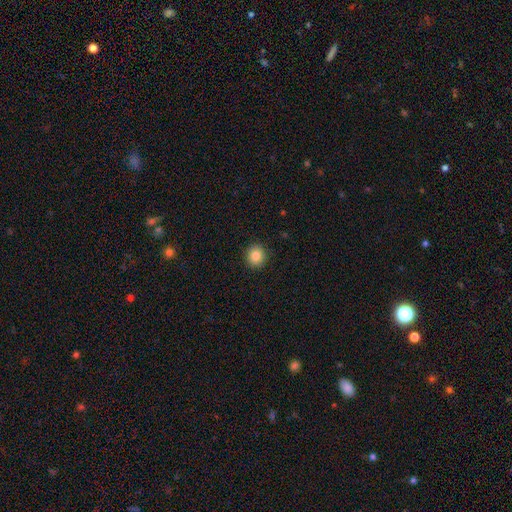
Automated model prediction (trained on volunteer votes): This appears to be a smooth galaxy with no disk features (84%) that is round (90%). Merging: none (92%).